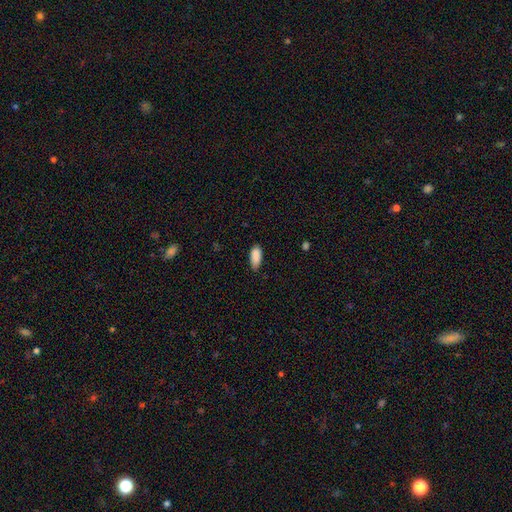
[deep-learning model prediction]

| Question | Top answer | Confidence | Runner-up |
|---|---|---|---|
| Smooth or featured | smooth | 89% | star or artifact (7%) |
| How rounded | in between | 86% | cigar-shaped (12%) |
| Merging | none | 73% | minor disturbance (23%) |